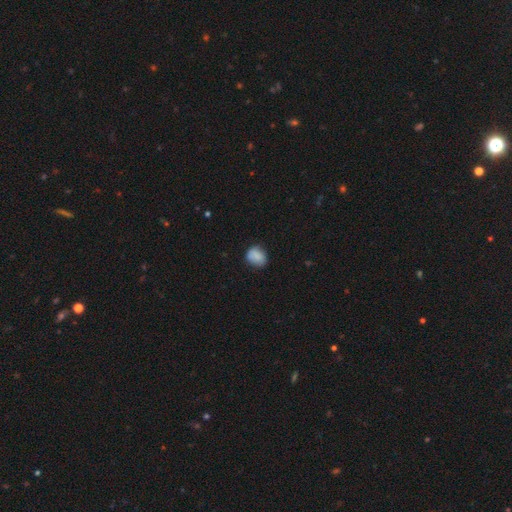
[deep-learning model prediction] Smooth or featured?
  - smooth: 86% *
  - star or artifact: 8%
  - featured or disk: 6%
How rounded?
  - round: 50% *
  - in between: 49%
  - cigar-shaped: 1%
Merging?
  - none: 72% *
  - minor disturbance: 22%
  - major disturbance: 4%
  - merger: 1%